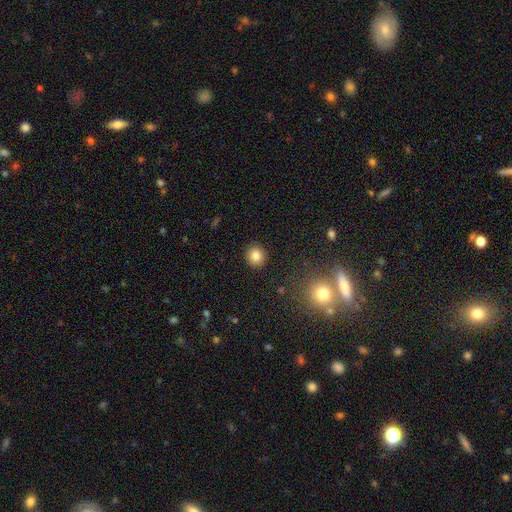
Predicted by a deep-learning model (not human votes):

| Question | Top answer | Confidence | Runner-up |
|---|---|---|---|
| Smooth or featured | smooth | 83% | star or artifact (11%) |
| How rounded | round | 91% | in between (8%) |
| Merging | none | 91% | minor disturbance (5%) |